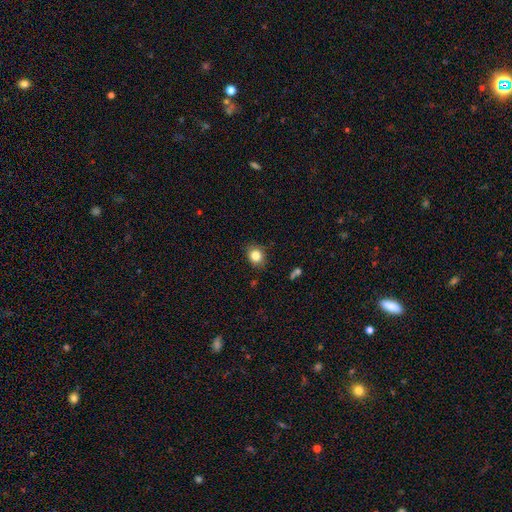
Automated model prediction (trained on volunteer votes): This is clearly a smooth galaxy (82%). How rounded: likely round (66%). Merging: clearly none (82%).